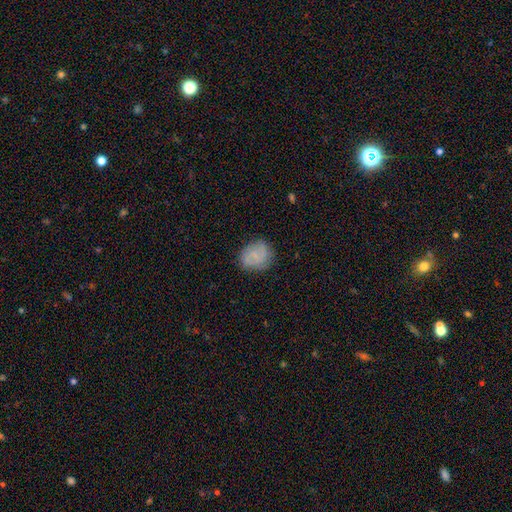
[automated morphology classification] Smooth or featured?
  - smooth: 56% *
  - featured or disk: 36%
  - star or artifact: 8%
How rounded?
  - round: 60% *
  - in between: 39%
  - cigar-shaped: 1%
Merging?
  - none: 76% *
  - minor disturbance: 18%
  - major disturbance: 5%
  - merger: 1%